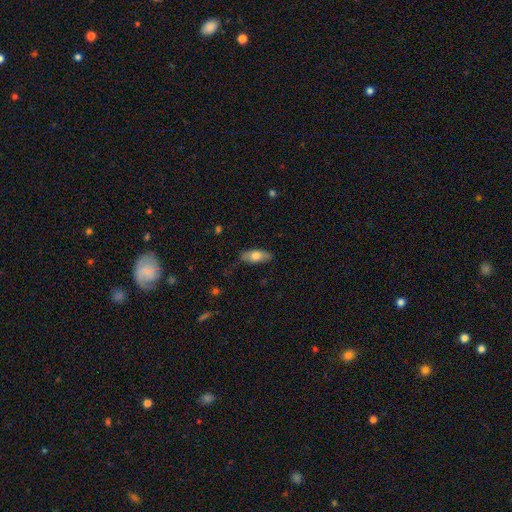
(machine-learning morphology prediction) Overall: smooth (69%). How rounded: in between (80%). Merging: none (77%).